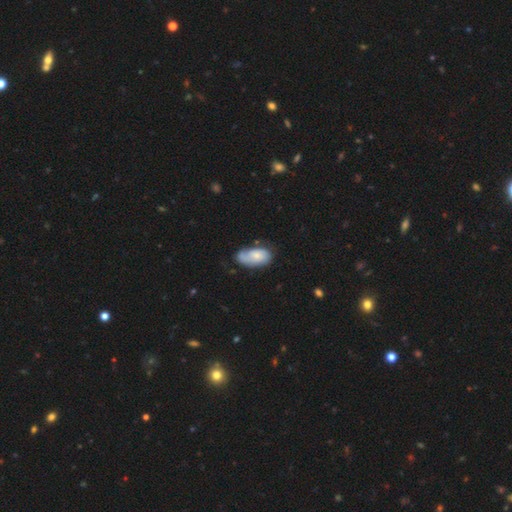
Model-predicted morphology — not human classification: Smooth or featured?
  - smooth: 61% *
  - featured or disk: 32%
  - star or artifact: 6%
How rounded?
  - in between: 92% *
  - cigar-shaped: 4%
  - round: 4%
Merging?
  - none: 49% *
  - minor disturbance: 32%
  - major disturbance: 11%
  - merger: 7%